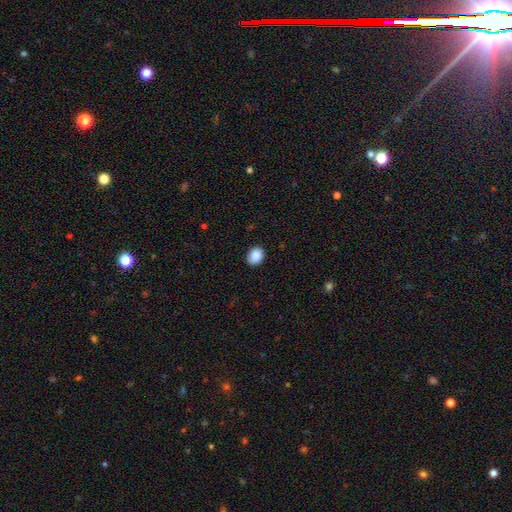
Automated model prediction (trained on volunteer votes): Morphology: type=smooth (89%); roundness=in between (55%); merging=none (88%).